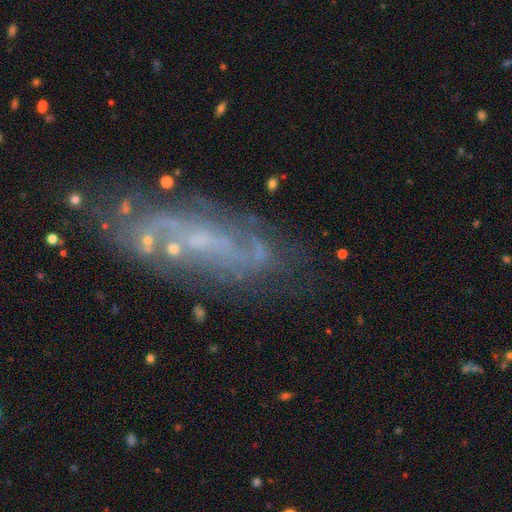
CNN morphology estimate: Smooth or featured?
  - featured or disk: 71% *
  - smooth: 16%
  - star or artifact: 12%
Edge-on disk?
  - no: 94% *
  - yes: 6%
Bar?
  - no: 56% *
  - weak: 33%
  - strong: 11%
Spiral arms?
  - yes: 74% *
  - no: 26%
Bulge size?
  - none: 41% *
  - small: 39%
  - moderate: 16%
  - large: 2%
  - dominant: 1%
Merging?
  - none: 54% *
  - minor disturbance: 20%
  - major disturbance: 19%
  - merger: 6%